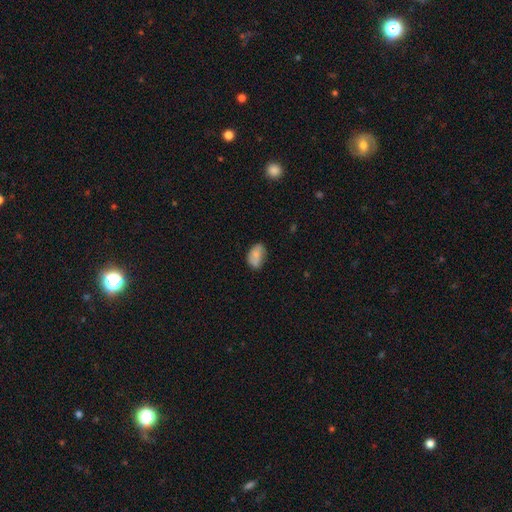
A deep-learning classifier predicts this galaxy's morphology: smooth 77%, featured or disk 15%, star or artifact 8%. Down the decision tree: how rounded — in between (89%); merging — none (68%).